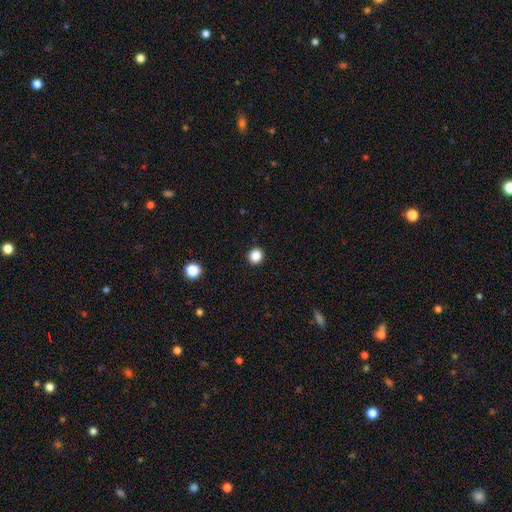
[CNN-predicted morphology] smooth-or-featured: smooth: 86% | star or artifact: 11% | featured or disk: 2%
  how-rounded: round: 91% | in between: 8% | cigar-shaped: 1%
  merging: none: 92% | minor disturbance: 5% | major disturbance: 2% | merger: 1%